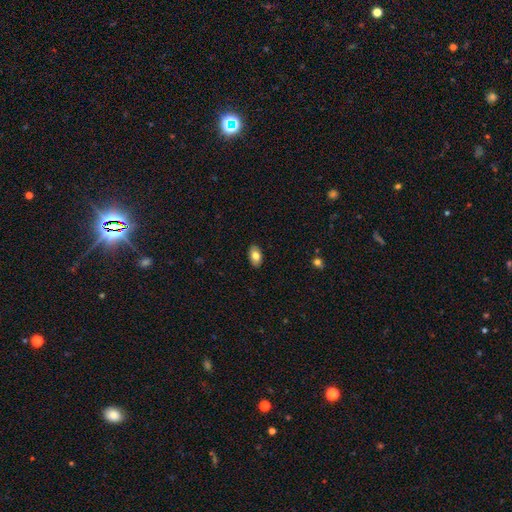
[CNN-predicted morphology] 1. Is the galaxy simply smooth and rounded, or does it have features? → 79% smooth, 14% featured or disk, 7% star or artifact.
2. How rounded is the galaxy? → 91% in between, 7% round, 2% cigar-shaped.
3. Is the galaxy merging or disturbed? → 89% none, 8% minor disturbance, 2% major disturbance, 1% merger.